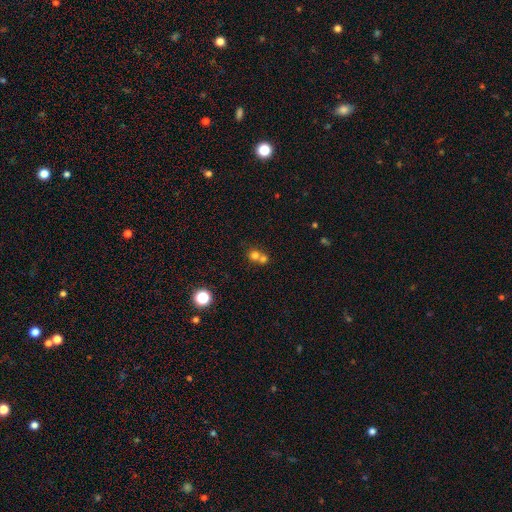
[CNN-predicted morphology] Smooth or featured? smooth (71%)
How rounded? round (83%)
Merging? merger (58%)